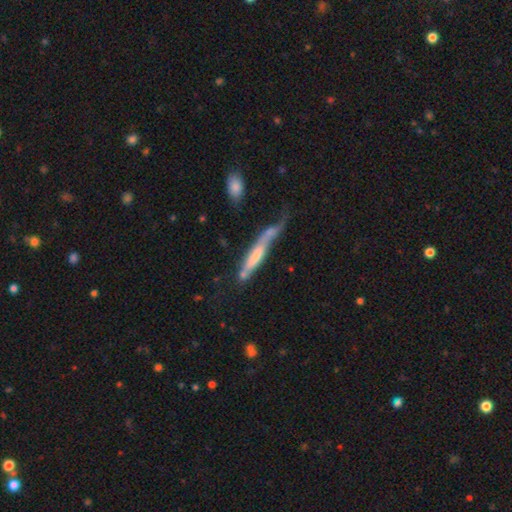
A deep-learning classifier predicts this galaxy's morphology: smooth_or_featured: smooth (p=0.50) [alt: featured or disk p=0.43]
merging: none (p=0.30) [alt: major disturbance p=0.24]